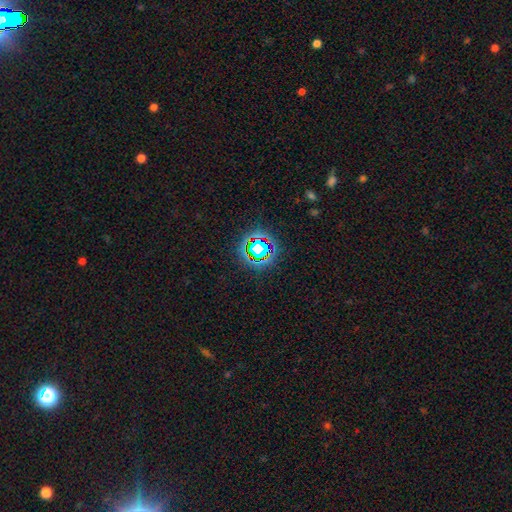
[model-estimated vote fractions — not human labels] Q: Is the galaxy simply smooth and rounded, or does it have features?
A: star or artifact — 68%.